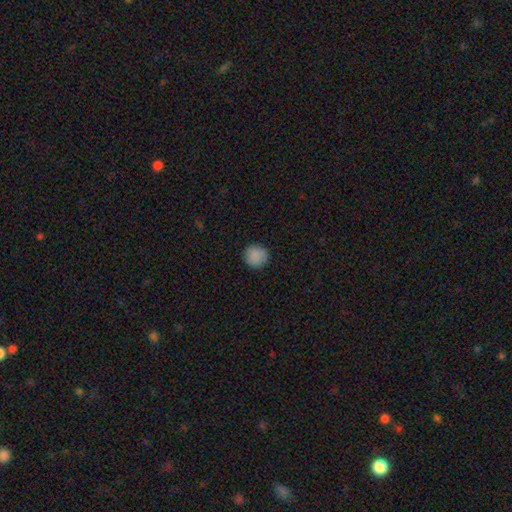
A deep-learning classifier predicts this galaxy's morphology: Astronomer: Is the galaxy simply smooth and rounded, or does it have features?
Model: smooth — 88%.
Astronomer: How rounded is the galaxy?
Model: round — 93%.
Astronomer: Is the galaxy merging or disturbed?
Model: none — 89%.